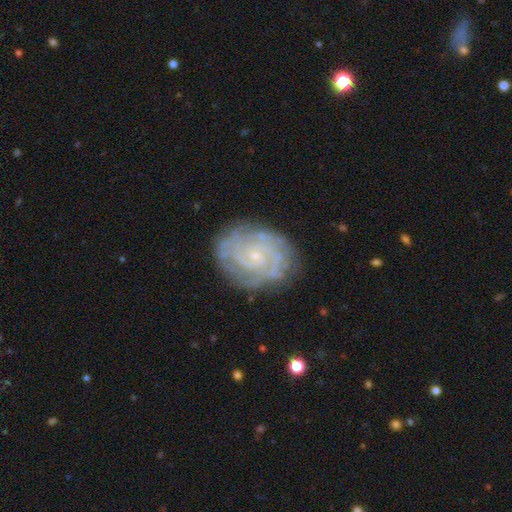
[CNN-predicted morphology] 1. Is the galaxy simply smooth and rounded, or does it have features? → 84% featured or disk, 10% smooth, 7% star or artifact.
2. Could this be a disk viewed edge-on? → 98% no, 2% yes.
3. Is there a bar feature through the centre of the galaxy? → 75% no, 21% weak, 4% strong.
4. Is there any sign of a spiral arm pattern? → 95% yes, 5% no.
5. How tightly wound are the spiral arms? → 76% tight, 20% medium, 4% loose.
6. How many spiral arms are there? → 32% can't tell, 20% 2, 17% 3, 16% 4, 8% more than 4, 7% 1.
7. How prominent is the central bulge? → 84% small, 10% moderate, 3% none, 1% large, 1% dominant.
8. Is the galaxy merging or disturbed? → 80% none, 15% minor disturbance, 4% major disturbance, 1% merger.